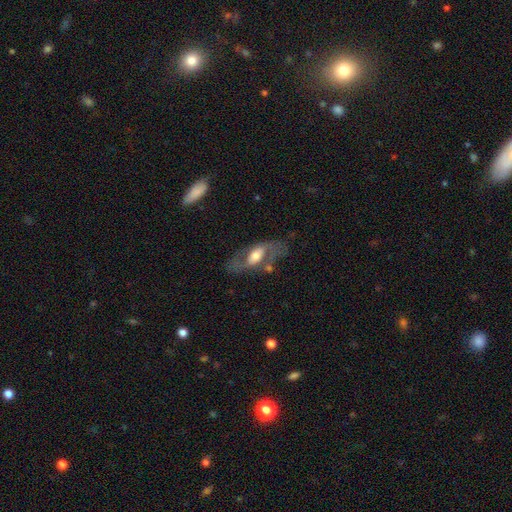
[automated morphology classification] Smooth or featured: featured or disk — 71% (smooth — 23%)
Edge-on disk: no — 88% (yes — 12%)
Bar: no — 37% (tied with weak — 37%)
Spiral arms: yes — 79% (no — 21%)
Bulge size: moderate — 54% (large — 27%)
Merging: none — 56% (minor disturbance — 19%)